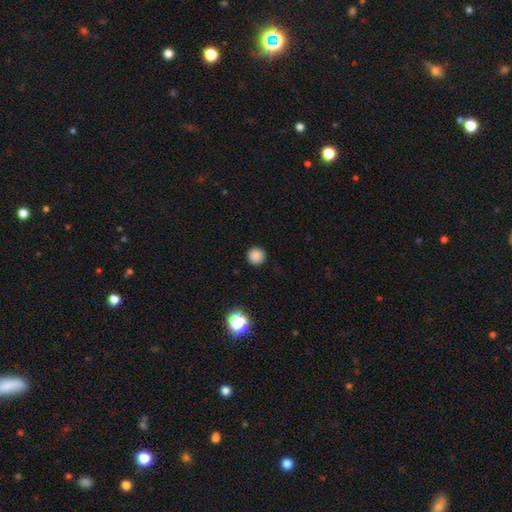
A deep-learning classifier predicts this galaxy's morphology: Smooth or featured?
  - smooth: 85% *
  - star or artifact: 12%
  - featured or disk: 3%
How rounded?
  - round: 95% *
  - in between: 4%
  - cigar-shaped: 1%
Merging?
  - none: 92% *
  - minor disturbance: 5%
  - major disturbance: 2%
  - merger: 1%